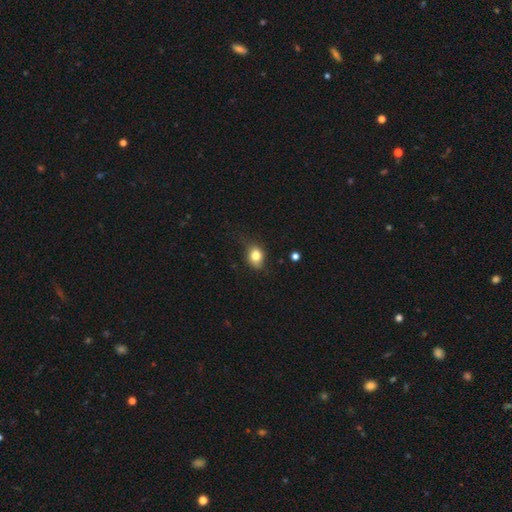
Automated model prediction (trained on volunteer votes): A smooth galaxy with no disk features (80%) that is in between round and cigar-shaped (58%). Merging: none (67%).